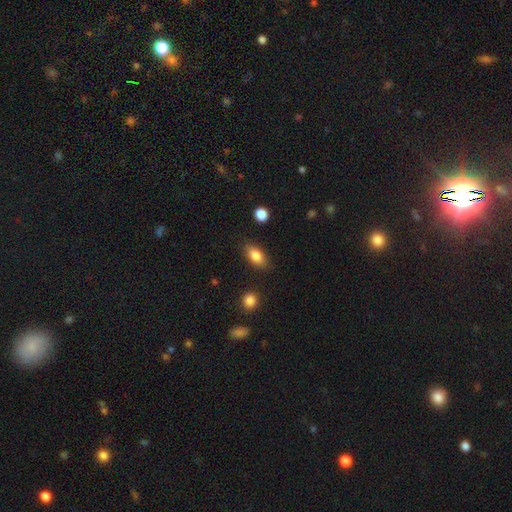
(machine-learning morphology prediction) Q: Smooth or featured?
A: smooth (84%); runner-up: featured or disk (8%)
Q: How rounded?
A: in between (87%); runner-up: cigar-shaped (7%)
Q: Merging?
A: none (85%); runner-up: minor disturbance (11%)